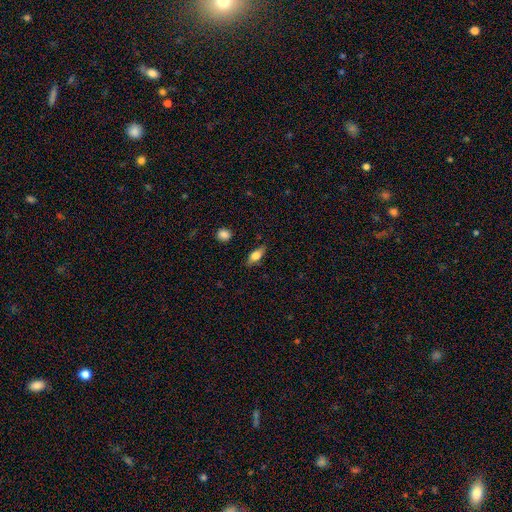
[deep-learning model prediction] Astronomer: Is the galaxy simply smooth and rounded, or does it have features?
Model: smooth — 66%.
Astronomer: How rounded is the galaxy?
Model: in between — 74%.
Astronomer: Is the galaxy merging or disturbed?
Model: none — 83%.